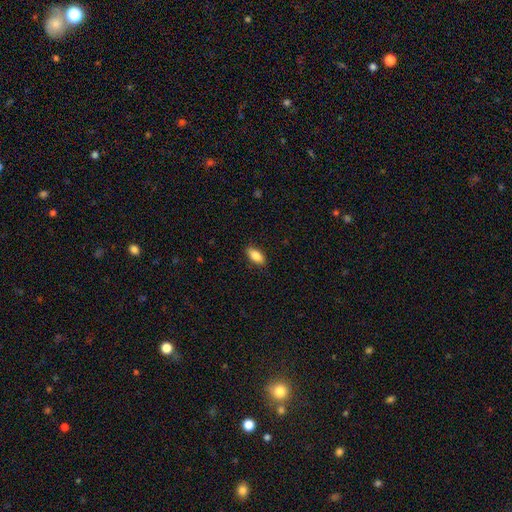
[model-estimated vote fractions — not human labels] This is clearly a smooth galaxy (85%). How rounded: clearly in between (86%). Merging: clearly none (87%).